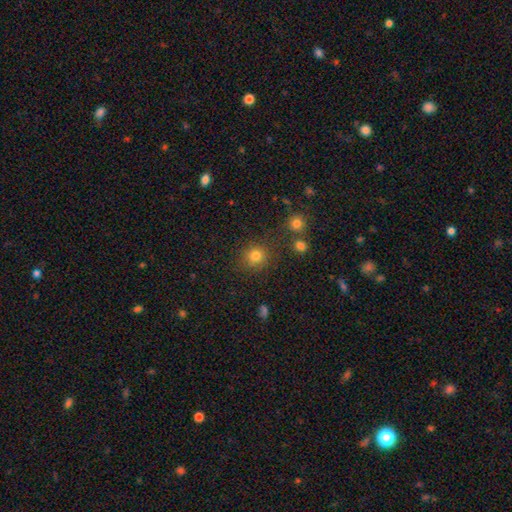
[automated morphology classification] smooth 79%, star or artifact 15%, featured or disk 6%. Down the decision tree: how rounded — round (88%); merging — none (80%).